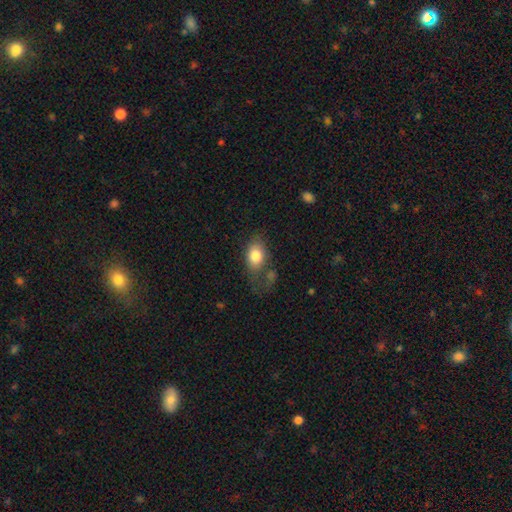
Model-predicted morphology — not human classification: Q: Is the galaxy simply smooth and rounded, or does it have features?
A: smooth — 79%.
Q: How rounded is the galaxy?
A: in between — 83%.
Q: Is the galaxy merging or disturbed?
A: none — 43%.